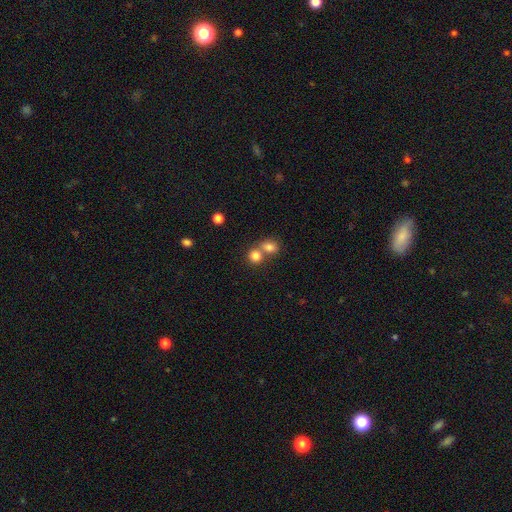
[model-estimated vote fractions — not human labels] This is clearly a smooth galaxy (81%). How rounded: likely round (77%). Merging: possibly merger (50%).